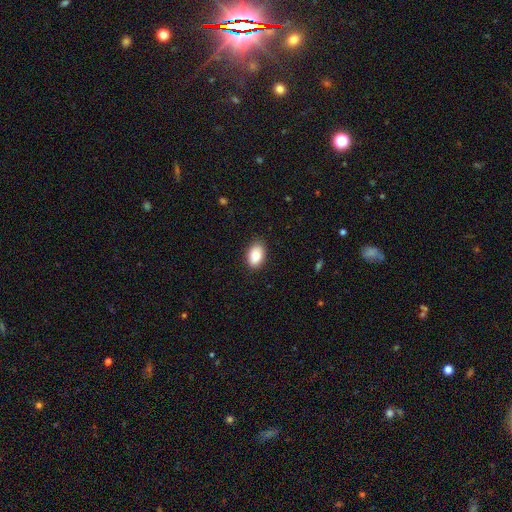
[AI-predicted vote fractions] Smooth or featured? Predicted: smooth (p=0.88). How rounded? Predicted: in between (p=0.90). Merging? Predicted: none (p=0.85).